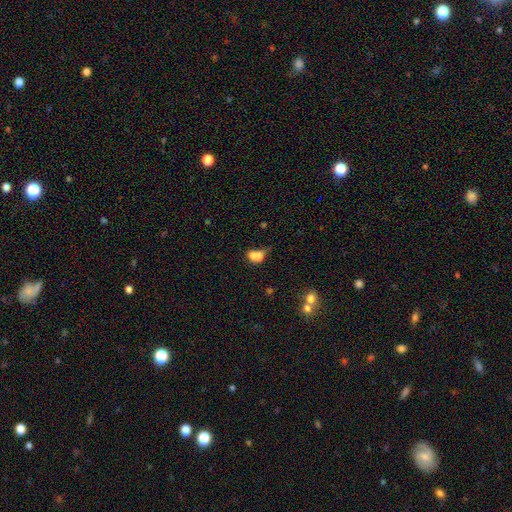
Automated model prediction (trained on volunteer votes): Overall: smooth (70%). How rounded: in between (58%; round 40%). Merging: merger (60%).